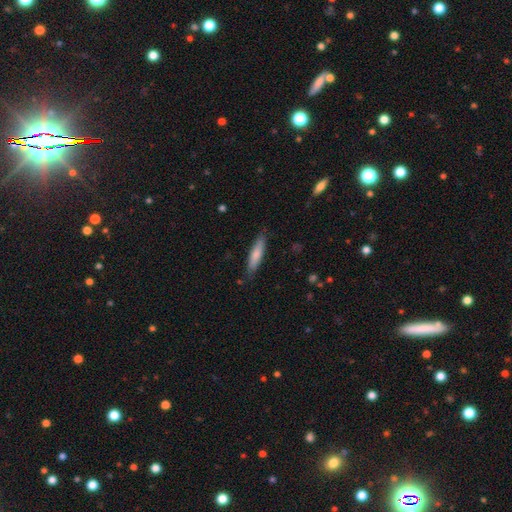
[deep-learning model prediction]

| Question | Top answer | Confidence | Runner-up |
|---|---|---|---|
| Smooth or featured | smooth | 76% | featured or disk (18%) |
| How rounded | cigar-shaped | 78% | in between (20%) |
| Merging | none | 83% | minor disturbance (13%) |